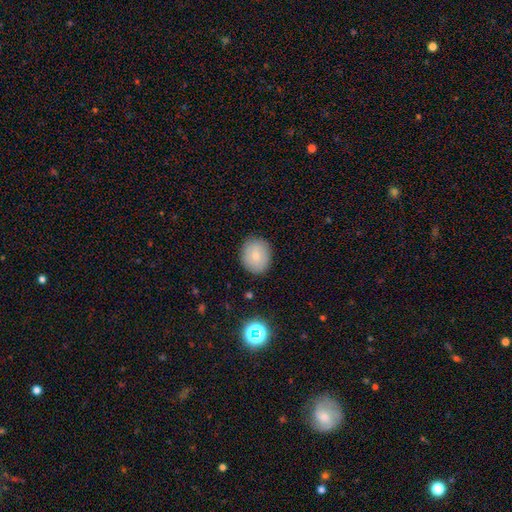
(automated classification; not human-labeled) Morphology: type=smooth (75%); roundness=round (69%); merging=none (86%).